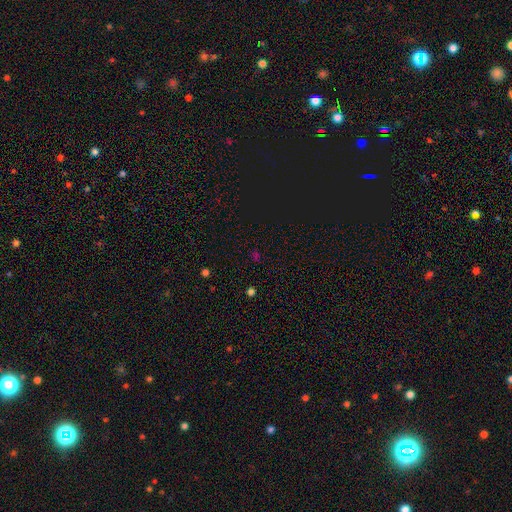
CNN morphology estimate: Smooth or featured?
  - star or artifact: 60% *
  - smooth: 34%
  - featured or disk: 7%